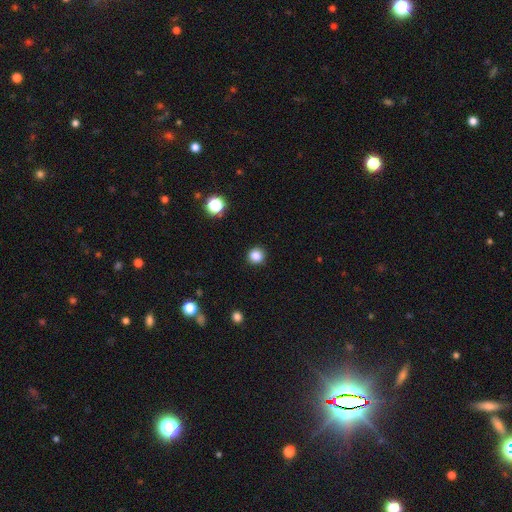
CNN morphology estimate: type=smooth (85%); roundness=round (93%); merging=none (91%).